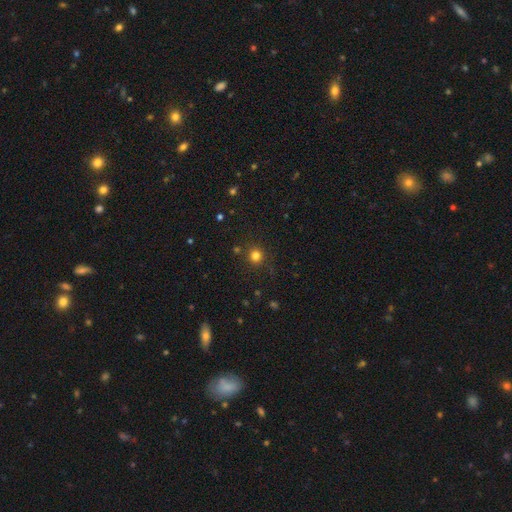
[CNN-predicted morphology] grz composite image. It shows a smooth galaxy with no disk features (78%) that is round (93%). Merging: none (87%).